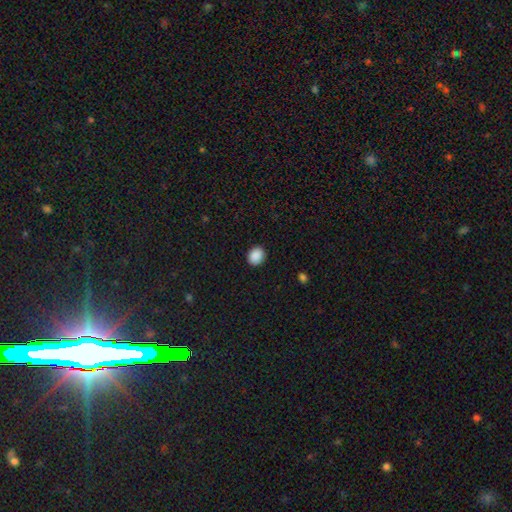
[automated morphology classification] Smooth or featured?
  - smooth: 89% *
  - star or artifact: 8%
  - featured or disk: 2%
How rounded?
  - round: 58% *
  - in between: 41%
  - cigar-shaped: 1%
Merging?
  - none: 90% *
  - minor disturbance: 7%
  - major disturbance: 2%
  - merger: 1%